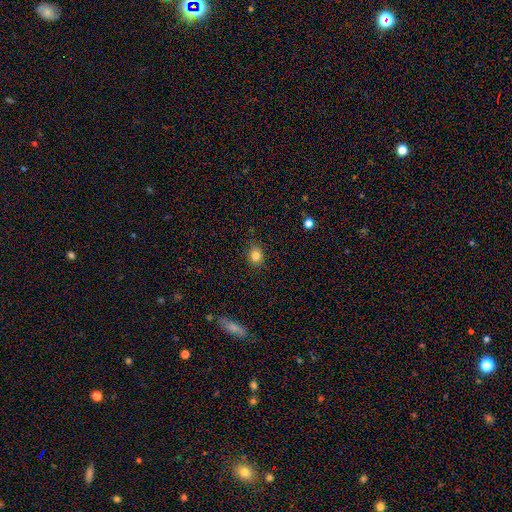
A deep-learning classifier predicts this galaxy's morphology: A smooth galaxy with no disk features (83%) that is round (72%).

Vote fractions:
- Smooth or featured? smooth: 83% / star or artifact: 12% / featured or disk: 5%
- How rounded? round: 72% / in between: 27% / cigar-shaped: 1%
- Merging? none: 85% / minor disturbance: 11% / major disturbance: 3% / merger: 1%